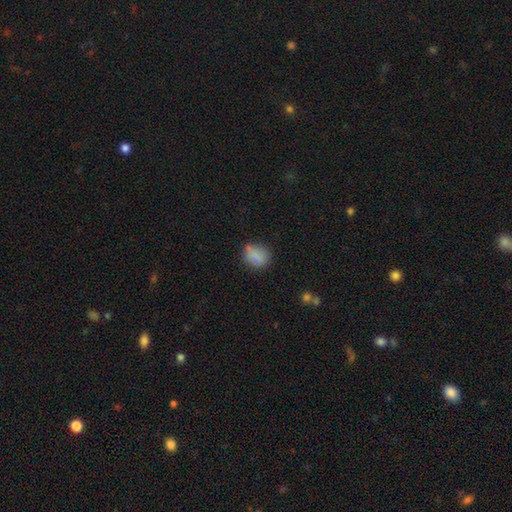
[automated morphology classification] Smooth or featured?
  - smooth: 81% *
  - star or artifact: 11%
  - featured or disk: 8%
How rounded?
  - round: 57% *
  - in between: 41%
  - cigar-shaped: 1%
Merging?
  - none: 65% *
  - minor disturbance: 24%
  - major disturbance: 7%
  - merger: 4%